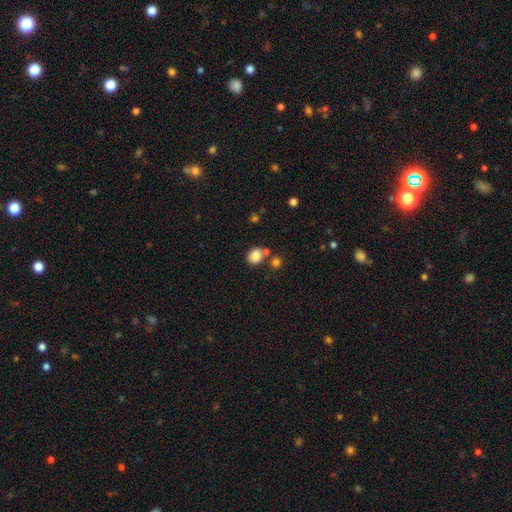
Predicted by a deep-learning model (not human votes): A smooth galaxy with no disk features (84%) that is round (66%).

Vote fractions:
- Smooth or featured? smooth: 84% / star or artifact: 10% / featured or disk: 6%
- How rounded? round: 66% / in between: 33% / cigar-shaped: 1%
- Merging? none: 63% / merger: 22% / minor disturbance: 11% / major disturbance: 4%